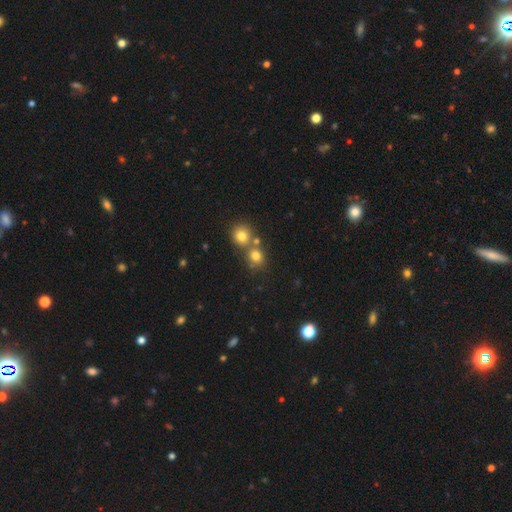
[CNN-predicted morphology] A smooth galaxy with no disk features (76%) that is round (82%).

Vote fractions:
- Smooth or featured? smooth: 76% / star or artifact: 14% / featured or disk: 10%
- How rounded? round: 82% / in between: 17% / cigar-shaped: 1%
- Merging? none: 52% / merger: 37% / minor disturbance: 8% / major disturbance: 3%